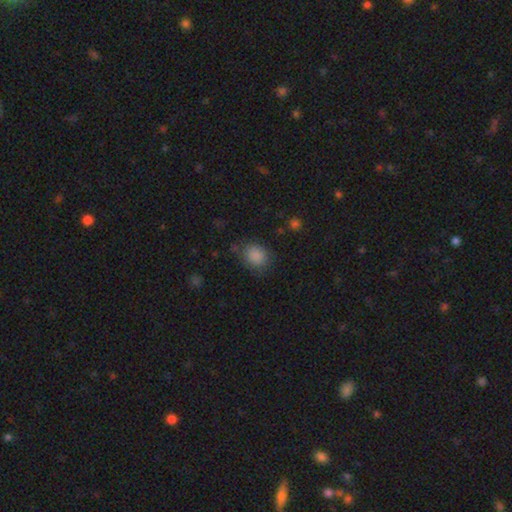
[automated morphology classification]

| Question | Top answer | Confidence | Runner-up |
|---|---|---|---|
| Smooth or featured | smooth | 86% | star or artifact (9%) |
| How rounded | round | 58% | in between (41%) |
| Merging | none | 76% | minor disturbance (16%) |